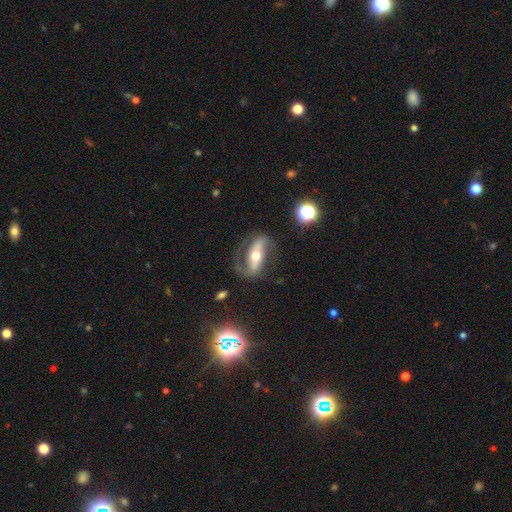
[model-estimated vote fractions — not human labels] Morphology: type=featured or disk (78%); edge-on=no (90%); bar=strong (52%); spiral arms=yes (87%); winding=medium (43%); arm count=2 (82%); bulge=moderate (67%); merging=none (67%).